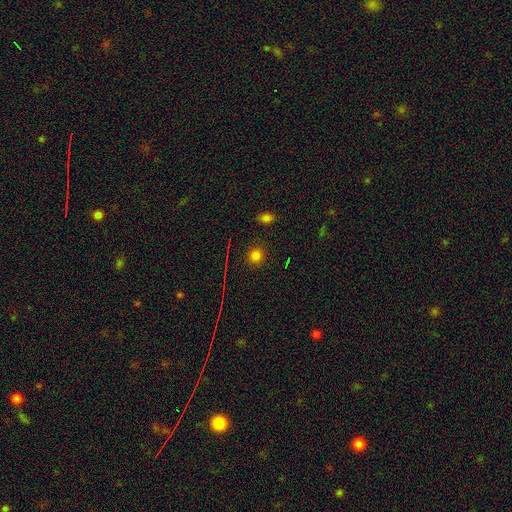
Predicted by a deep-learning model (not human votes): smooth_or_featured: smooth (p=0.75) [alt: star or artifact p=0.19]
how_rounded: round (p=0.89) [alt: in between p=0.10]
merging: none (p=0.88) [alt: minor disturbance p=0.07]